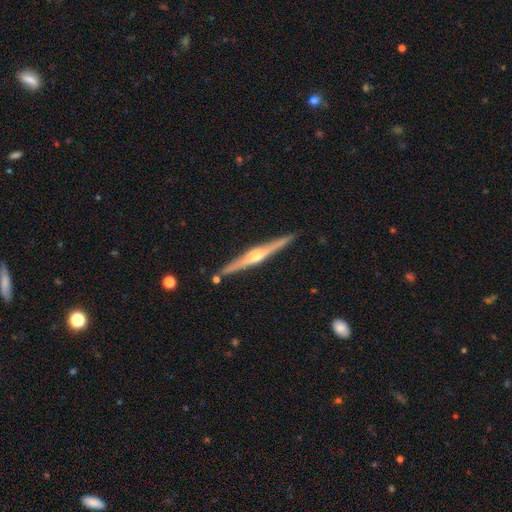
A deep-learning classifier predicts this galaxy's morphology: A featured or disk galaxy (80%) viewed edge-on (98%) with a rounded central bulge (91%).

Vote fractions:
- Smooth or featured? featured or disk: 80% / smooth: 15% / star or artifact: 5%
- Edge-on disk? yes: 98% / no: 2%
- Edge-on bulge? rounded: 91% / boxy: 5% / none: 4%
- Merging? none: 89% / minor disturbance: 7% / merger: 2% / major disturbance: 1%